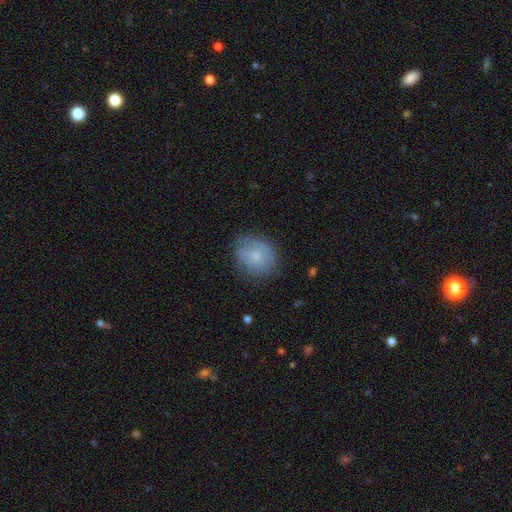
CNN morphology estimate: type=smooth (71%); roundness=round (60%); merging=none (73%).